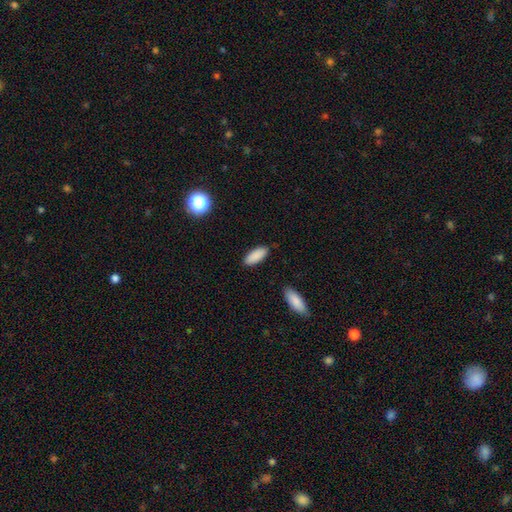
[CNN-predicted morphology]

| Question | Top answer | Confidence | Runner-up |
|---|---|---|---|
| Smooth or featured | smooth | 89% | star or artifact (6%) |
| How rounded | in between | 78% | cigar-shaped (21%) |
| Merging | none | 87% | minor disturbance (9%) |